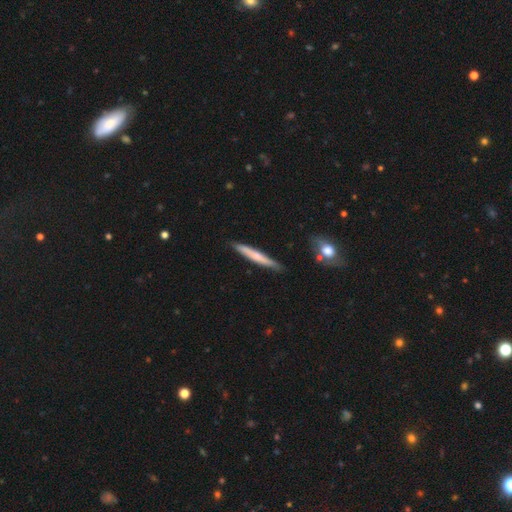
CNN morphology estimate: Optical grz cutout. It shows a smooth galaxy with no disk features (55%) that is cigar-shaped (95%). Merging: none (86%).